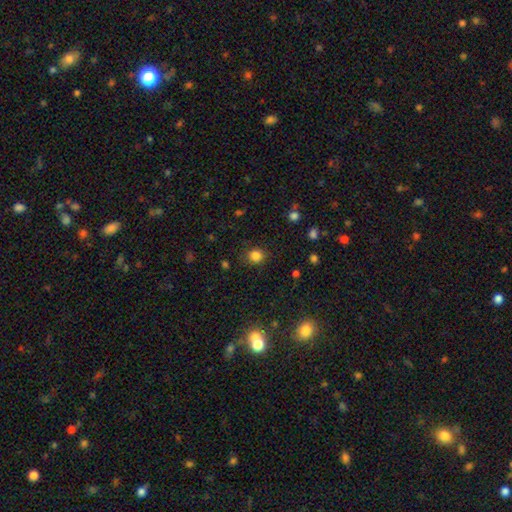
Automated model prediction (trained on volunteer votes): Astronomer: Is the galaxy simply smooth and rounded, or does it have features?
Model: smooth — 83%.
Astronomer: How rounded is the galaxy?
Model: round — 81%.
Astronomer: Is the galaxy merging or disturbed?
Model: none — 83%.